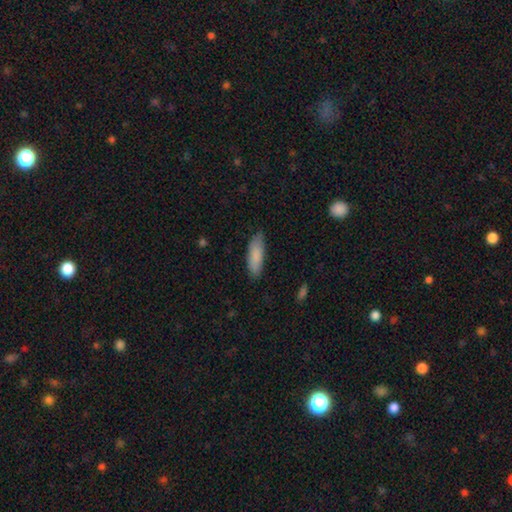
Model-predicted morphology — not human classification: type=smooth (86%); roundness=in between (53%); merging=none (83%).